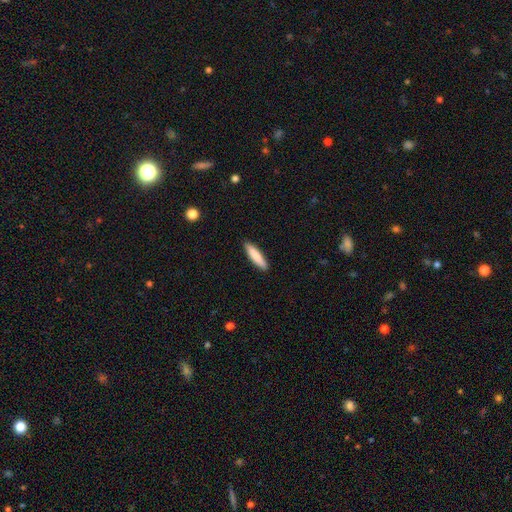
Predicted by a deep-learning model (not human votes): A smooth galaxy with no disk features (82%) that is cigar-shaped (82%).

Vote fractions:
- Smooth or featured? smooth: 82% / featured or disk: 13% / star or artifact: 5%
- How rounded? cigar-shaped: 82% / in between: 17% / round: 1%
- Merging? none: 90% / minor disturbance: 7% / major disturbance: 1% / merger: 1%